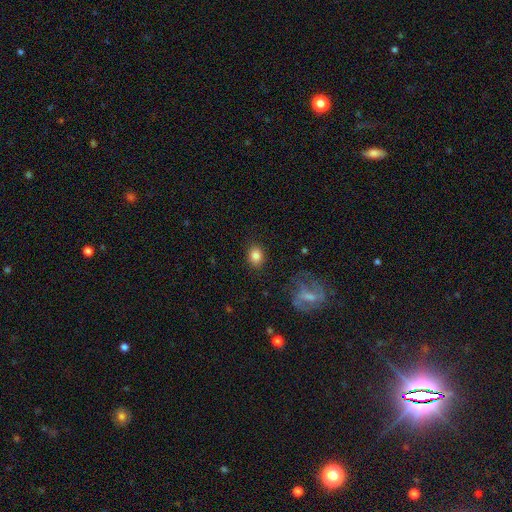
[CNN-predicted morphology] A smooth galaxy with no disk features (83%) that is in between round and cigar-shaped (51%).

Vote fractions:
- Smooth or featured? smooth: 83% / star or artifact: 9% / featured or disk: 7%
- How rounded? in between: 51% / round: 48% / cigar-shaped: 1%
- Merging? none: 87% / minor disturbance: 9% / major disturbance: 3% / merger: 1%